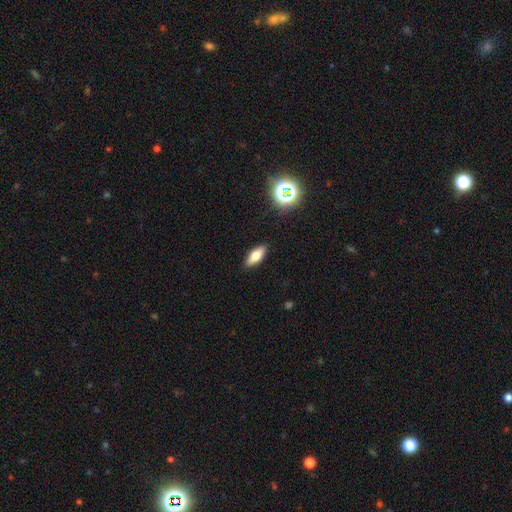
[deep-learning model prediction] Q: Smooth or featured?
A: smooth (66%); runner-up: featured or disk (24%)
Q: How rounded?
A: in between (69%); runner-up: cigar-shaped (28%)
Q: Merging?
A: none (89%); runner-up: minor disturbance (8%)